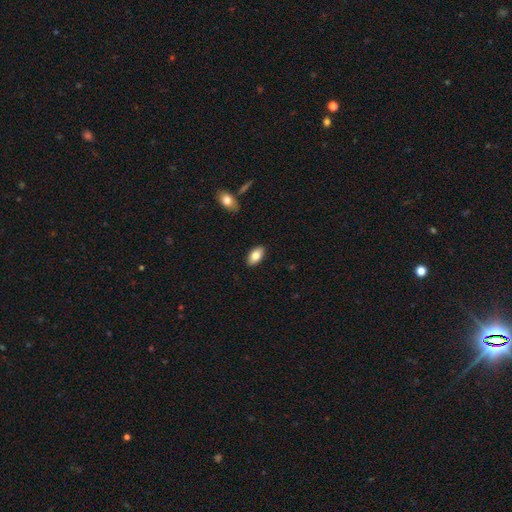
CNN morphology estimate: smooth_or_featured: smooth (p=0.79) [alt: featured or disk p=0.14]
how_rounded: in between (p=0.93) [alt: round p=0.04]
merging: none (p=0.89) [alt: minor disturbance p=0.08]